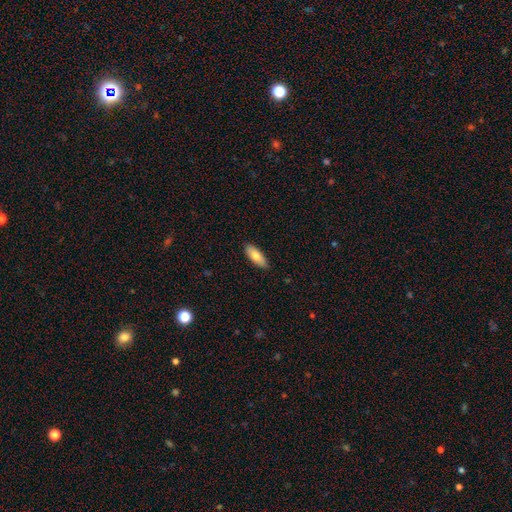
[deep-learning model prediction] The model was most divided on "how rounded": in between: 74%, cigar-shaped: 24%, round: 2%. More confident: merging — none (88%); smooth or featured — smooth (75%).